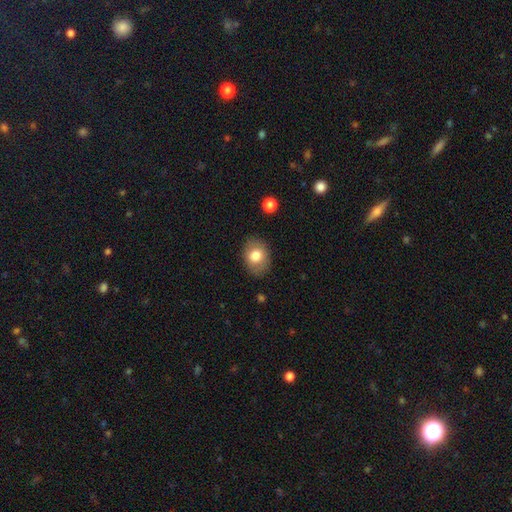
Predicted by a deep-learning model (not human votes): Morphology: type=smooth (78%); roundness=in between (63%); merging=none (84%).